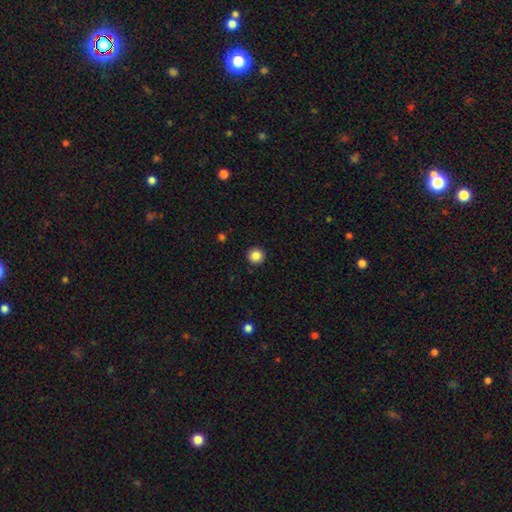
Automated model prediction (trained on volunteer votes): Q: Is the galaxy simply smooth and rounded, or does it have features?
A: smooth — 86%.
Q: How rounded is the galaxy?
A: round — 96%.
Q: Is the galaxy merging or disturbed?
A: none — 93%.